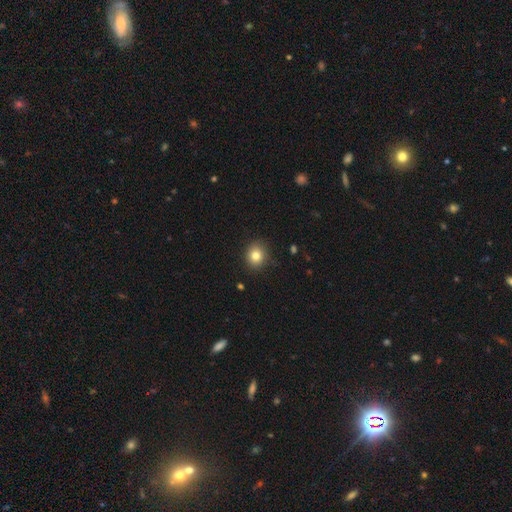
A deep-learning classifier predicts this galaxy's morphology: type=smooth (81%); roundness=round (76%); merging=none (88%).